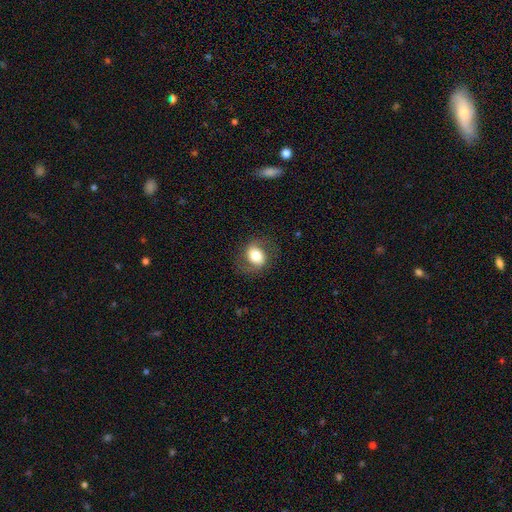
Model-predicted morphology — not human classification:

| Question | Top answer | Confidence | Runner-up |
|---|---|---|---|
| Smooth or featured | smooth | 57% | featured or disk (34%) |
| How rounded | in between | 56% | round (43%) |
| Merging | none | 74% | minor disturbance (16%) |